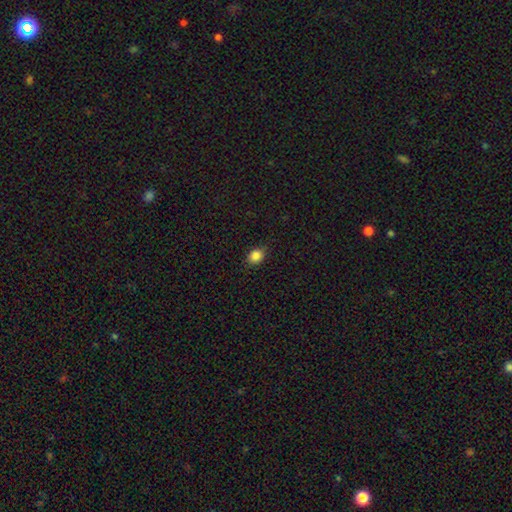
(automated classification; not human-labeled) smooth-or-featured: smooth: 85% | star or artifact: 11% | featured or disk: 4%
  how-rounded: round: 53% | in between: 46% | cigar-shaped: 1%
  merging: none: 84% | minor disturbance: 12% | major disturbance: 3% | merger: 1%